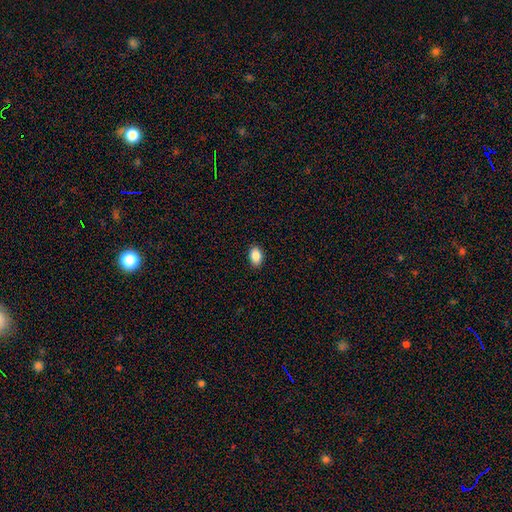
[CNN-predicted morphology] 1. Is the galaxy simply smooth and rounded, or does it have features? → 88% smooth, 8% star or artifact, 4% featured or disk.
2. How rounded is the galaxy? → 90% in between, 8% round, 2% cigar-shaped.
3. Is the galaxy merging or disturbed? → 89% none, 8% minor disturbance, 2% major disturbance, 1% merger.